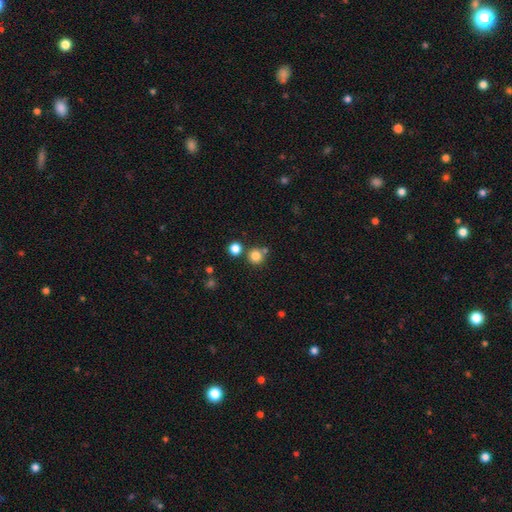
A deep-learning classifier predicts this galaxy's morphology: Q: Smooth or featured?
A: smooth (81%); runner-up: star or artifact (13%)
Q: How rounded?
A: round (94%); runner-up: in between (6%)
Q: Merging?
A: none (73%); runner-up: merger (17%)